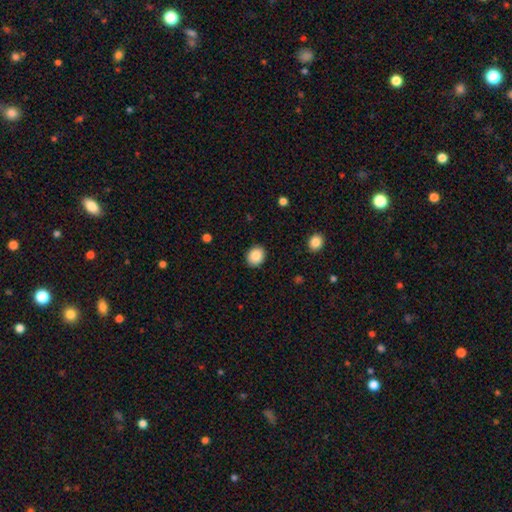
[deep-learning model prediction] Smooth or featured? Predicted: smooth (p=0.87). How rounded? Predicted: round (p=0.63). Merging? Predicted: none (p=0.89).